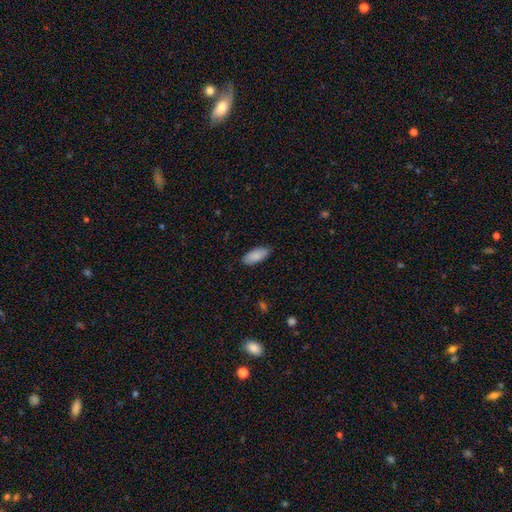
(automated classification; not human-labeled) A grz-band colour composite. It shows a smooth galaxy with no disk features (88%) that is in between round and cigar-shaped (86%). Merging: none (83%).